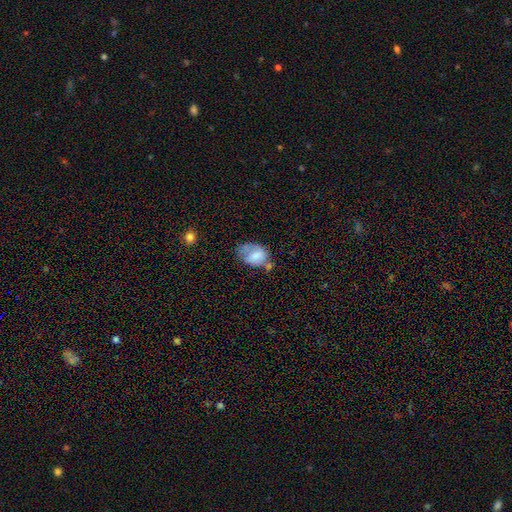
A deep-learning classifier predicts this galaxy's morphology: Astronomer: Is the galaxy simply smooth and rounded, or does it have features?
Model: smooth — 69%.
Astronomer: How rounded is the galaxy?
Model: in between — 74%.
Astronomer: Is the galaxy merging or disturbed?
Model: minor disturbance — 33% (runner-up: none, 31%).